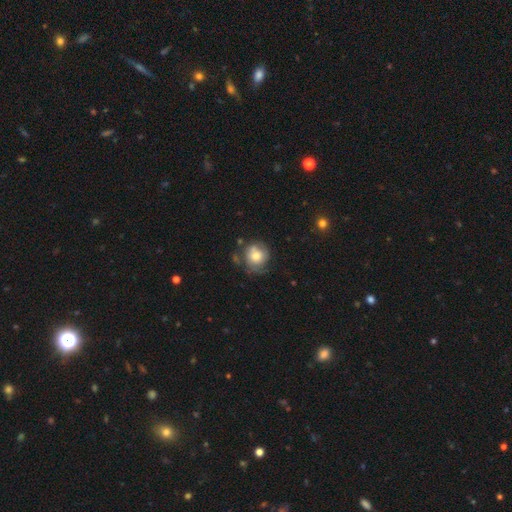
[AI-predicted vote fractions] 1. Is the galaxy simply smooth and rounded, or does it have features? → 63% smooth, 29% featured or disk, 9% star or artifact.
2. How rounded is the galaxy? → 86% round, 13% in between, 1% cigar-shaped.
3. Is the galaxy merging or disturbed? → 55% none, 26% minor disturbance, 13% major disturbance, 6% merger.